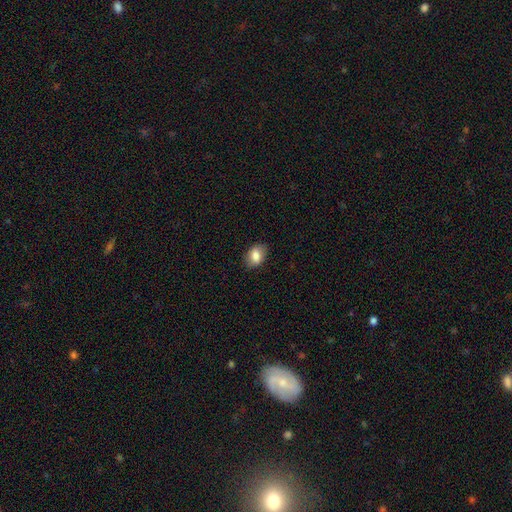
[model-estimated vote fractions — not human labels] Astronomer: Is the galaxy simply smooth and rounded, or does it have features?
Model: smooth — 82%.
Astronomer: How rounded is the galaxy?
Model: in between — 78%.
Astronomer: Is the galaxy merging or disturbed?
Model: none — 83%.